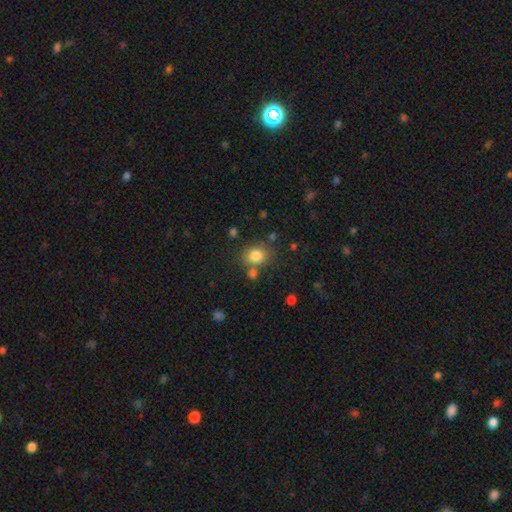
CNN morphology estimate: This appears to be a smooth galaxy with no disk features (82%) that is round (64%). Merging: none (69%).